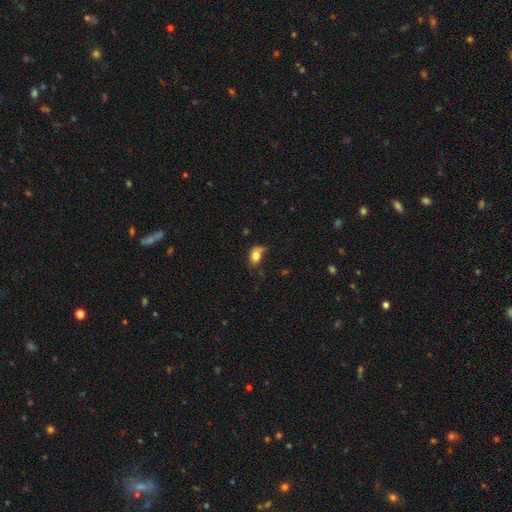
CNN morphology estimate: A smooth galaxy with no disk features (74%) that is in between round and cigar-shaped (75%).

Vote fractions:
- Smooth or featured? smooth: 74% / featured or disk: 16% / star or artifact: 9%
- How rounded? in between: 75% / round: 23% / cigar-shaped: 2%
- Merging? minor disturbance: 36% / none: 35% / major disturbance: 25% / merger: 4%